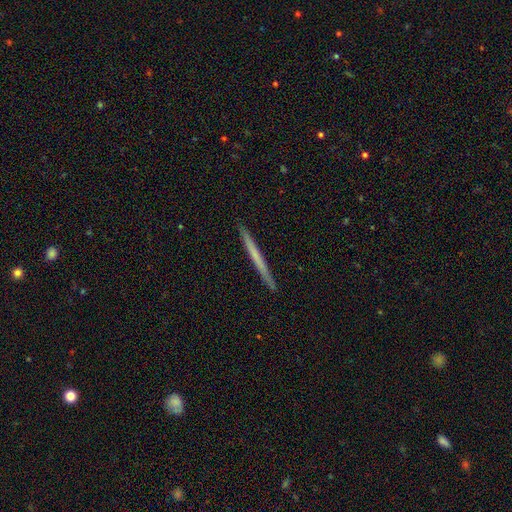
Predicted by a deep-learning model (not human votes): This is possibly a smooth galaxy (50%). Merging: clearly none (93%).